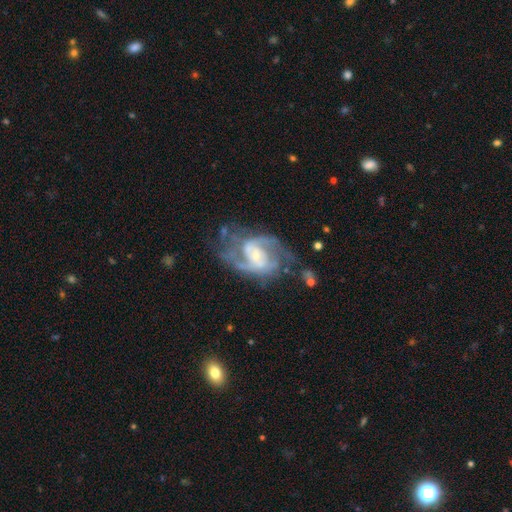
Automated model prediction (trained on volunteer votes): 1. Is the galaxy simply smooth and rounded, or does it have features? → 88% featured or disk, 7% smooth, 6% star or artifact.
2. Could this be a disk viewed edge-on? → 97% no, 3% yes.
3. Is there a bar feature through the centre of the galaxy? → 47% weak, 34% no, 18% strong.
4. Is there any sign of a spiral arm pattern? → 94% yes, 6% no.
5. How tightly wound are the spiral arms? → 53% medium, 28% tight, 19% loose.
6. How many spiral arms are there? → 67% 2, 13% can't tell, 10% 3, 3% 4, 3% 1, 3% more than 4.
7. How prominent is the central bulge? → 58% small, 33% moderate, 4% large, 4% none, 1% dominant.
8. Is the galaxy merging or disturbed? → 57% none, 20% minor disturbance, 19% major disturbance, 4% merger.